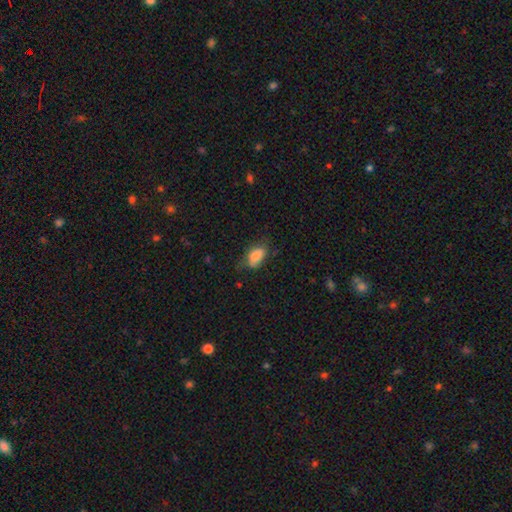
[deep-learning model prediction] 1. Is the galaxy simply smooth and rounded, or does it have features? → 81% smooth, 12% featured or disk, 8% star or artifact.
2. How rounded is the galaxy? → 90% in between, 6% round, 3% cigar-shaped.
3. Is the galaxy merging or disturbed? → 55% none, 31% minor disturbance, 12% major disturbance, 2% merger.